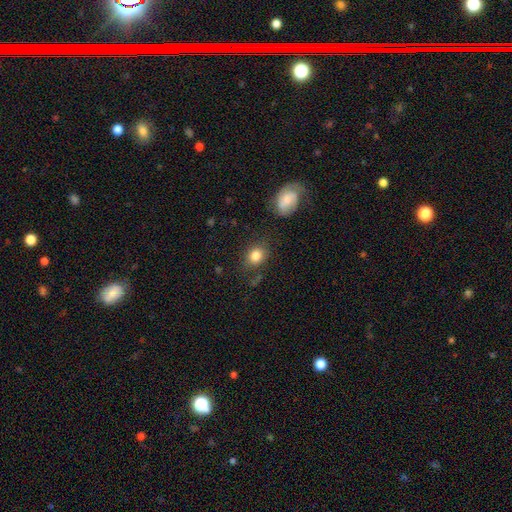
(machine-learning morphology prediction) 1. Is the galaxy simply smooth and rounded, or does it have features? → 84% smooth, 9% star or artifact, 7% featured or disk.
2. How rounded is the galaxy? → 50% in between, 49% round, 1% cigar-shaped.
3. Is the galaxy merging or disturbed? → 78% none, 14% minor disturbance, 4% major disturbance, 4% merger.